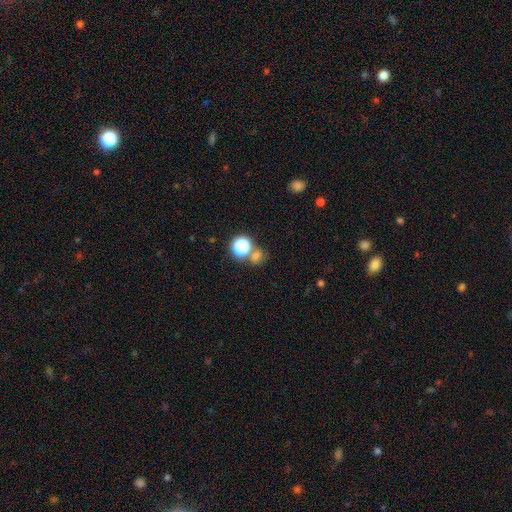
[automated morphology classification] smooth_or_featured: smooth (p=0.63) [alt: star or artifact p=0.30]
how_rounded: round (p=0.73) [alt: in between p=0.26]
merging: none (p=0.58) [alt: merger p=0.27]